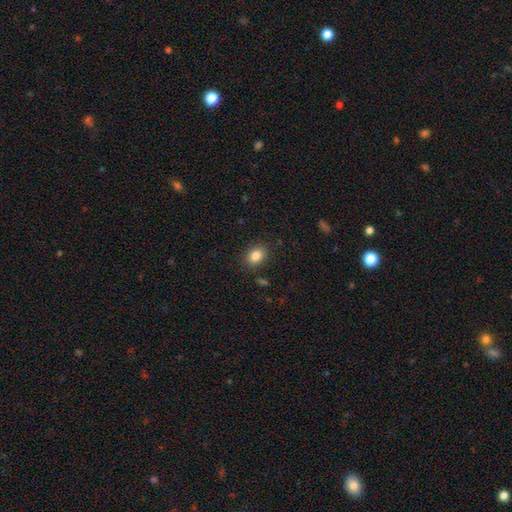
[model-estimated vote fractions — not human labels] Smooth or featured?
  - smooth: 84% *
  - star or artifact: 10%
  - featured or disk: 6%
How rounded?
  - in between: 64% *
  - round: 35%
  - cigar-shaped: 1%
Merging?
  - none: 86% *
  - minor disturbance: 10%
  - major disturbance: 3%
  - merger: 2%